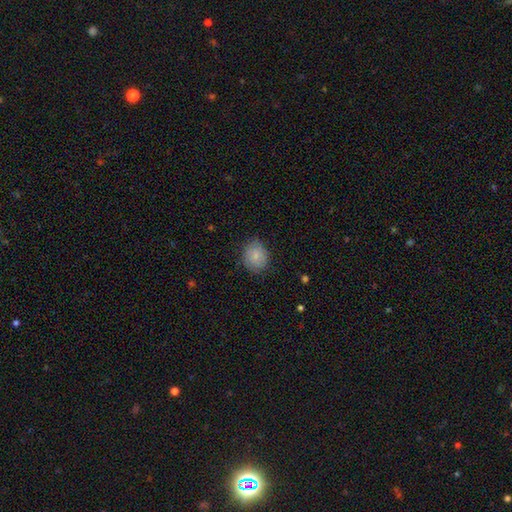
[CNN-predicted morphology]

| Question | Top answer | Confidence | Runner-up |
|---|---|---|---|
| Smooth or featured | smooth | 81% | featured or disk (11%) |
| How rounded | round | 67% | in between (33%) |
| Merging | none | 76% | minor disturbance (19%) |